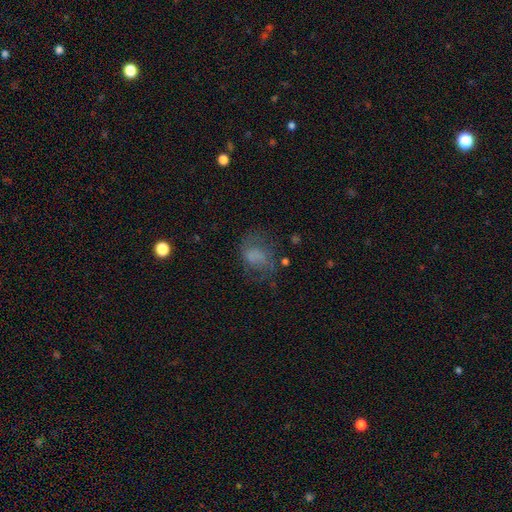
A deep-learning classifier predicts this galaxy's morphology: This appears to be a smooth galaxy with no disk features (50%). Merging: none (47%).